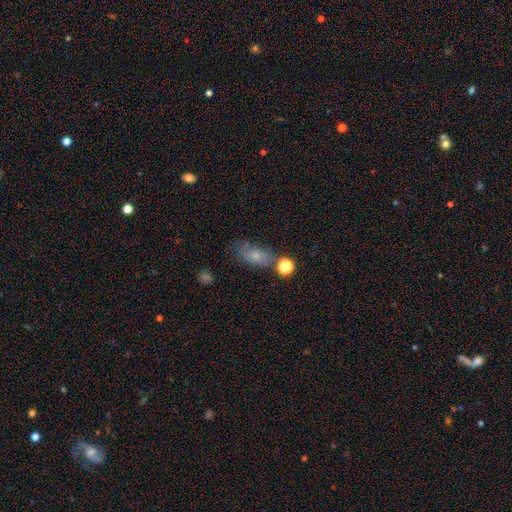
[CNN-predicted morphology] Smooth or featured?
  - smooth: 71% *
  - featured or disk: 16%
  - star or artifact: 12%
How rounded?
  - in between: 82% *
  - round: 11%
  - cigar-shaped: 7%
Merging?
  - none: 59% *
  - minor disturbance: 21%
  - merger: 12%
  - major disturbance: 8%